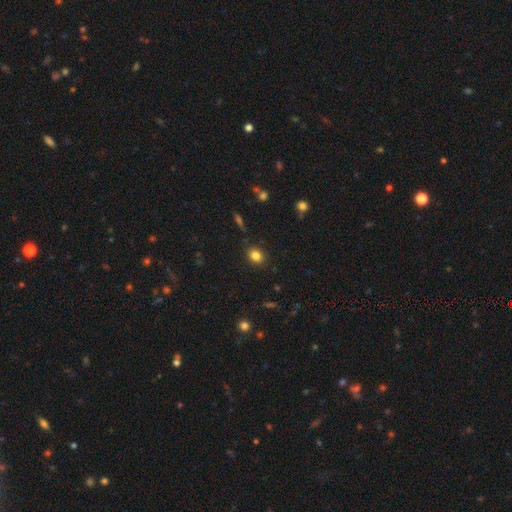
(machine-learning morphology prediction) This appears to be a smooth galaxy with no disk features (83%) that is round (51%). Merging: none (87%).